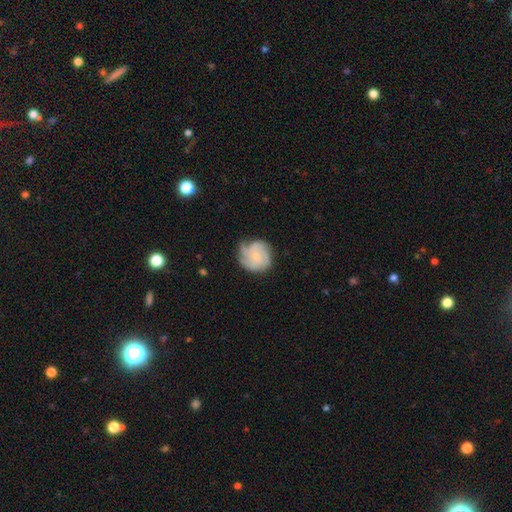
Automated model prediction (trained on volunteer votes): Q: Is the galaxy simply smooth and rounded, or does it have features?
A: featured or disk — 61%.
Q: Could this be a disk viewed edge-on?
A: no — 98%.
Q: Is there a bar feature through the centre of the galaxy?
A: no — 79%.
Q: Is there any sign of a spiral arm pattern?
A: yes — 91%.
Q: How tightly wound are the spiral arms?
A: tight — 52%.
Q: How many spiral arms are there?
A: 3 — 30%.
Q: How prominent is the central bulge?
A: small — 63%.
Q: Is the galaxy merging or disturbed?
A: none — 63%.